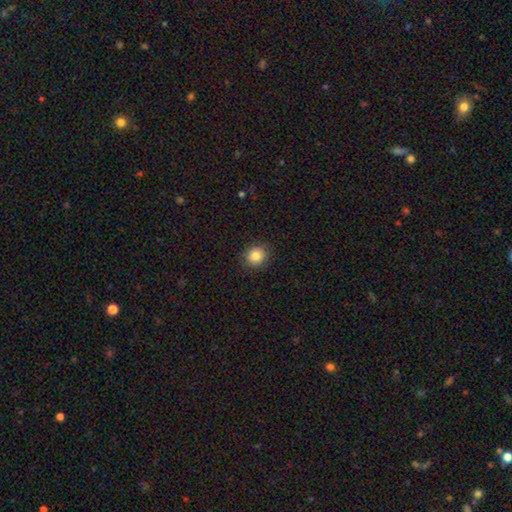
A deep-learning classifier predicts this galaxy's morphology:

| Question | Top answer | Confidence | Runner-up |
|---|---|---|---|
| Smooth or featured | smooth | 83% | star or artifact (10%) |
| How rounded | round | 86% | in between (13%) |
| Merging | none | 89% | minor disturbance (7%) |